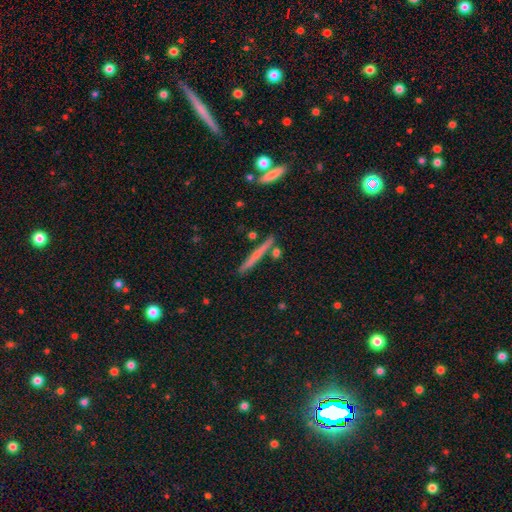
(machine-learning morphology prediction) Smooth or featured? smooth (51%)
How rounded? cigar-shaped (95%)
Merging? none (84%)